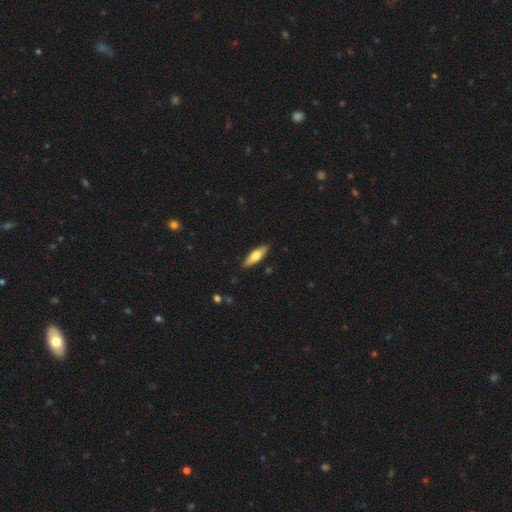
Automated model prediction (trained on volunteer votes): smooth 55%, featured or disk 39%, star or artifact 5%. Down the decision tree: how rounded — cigar-shaped (59%); merging — none (88%).